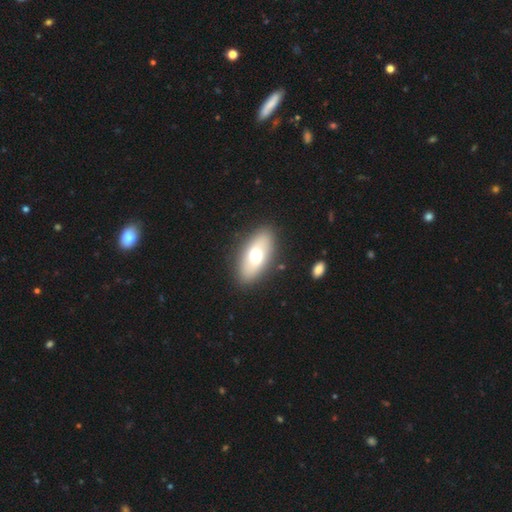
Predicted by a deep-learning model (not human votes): smooth 64%, featured or disk 30%, star or artifact 6%. Down the decision tree: how rounded — in between (86%); merging — none (87%).